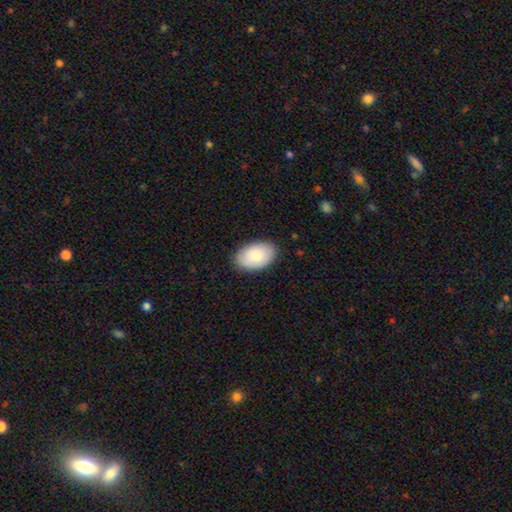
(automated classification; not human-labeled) This appears to be a smooth galaxy with no disk features (81%) that is in between round and cigar-shaped (91%). Merging: none (85%).